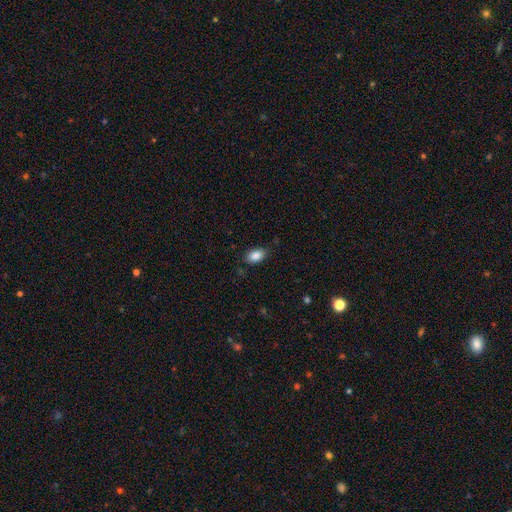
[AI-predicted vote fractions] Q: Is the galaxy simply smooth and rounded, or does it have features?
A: smooth — 88%.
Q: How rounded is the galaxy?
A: in between — 91%.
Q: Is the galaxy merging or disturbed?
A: none — 83%.